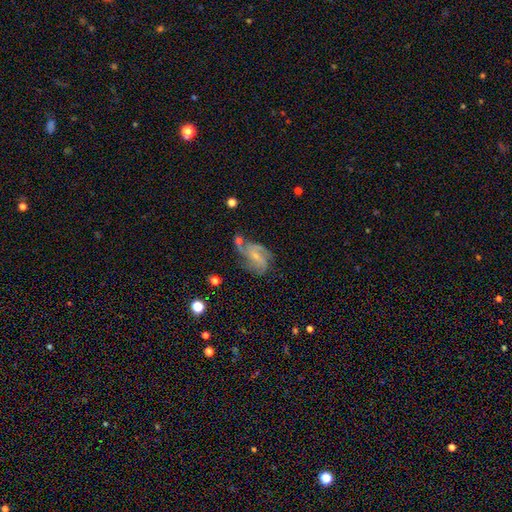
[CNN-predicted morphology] Smooth or featured? featured or disk (81%)
Edge-on disk? no (97%)
Bar? no (51%)
Spiral arms? yes (95%)
Spiral winding? medium (49%)
Spiral arm count? 3 (46%)
Bulge size? small (68%)
Merging? none (50%)